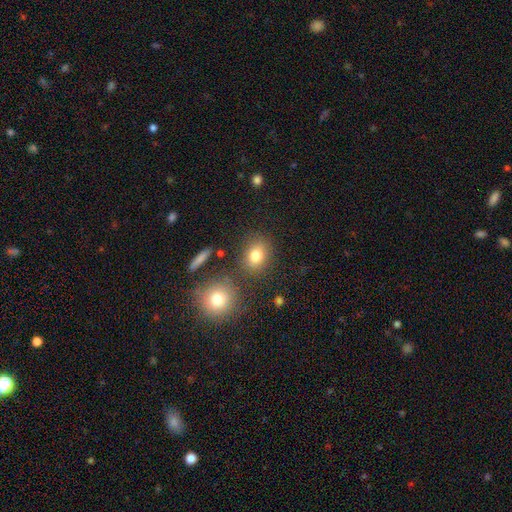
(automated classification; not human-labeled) Smooth or featured?
  - smooth: 79% *
  - star or artifact: 12%
  - featured or disk: 9%
How rounded?
  - in between: 51% *
  - round: 47%
  - cigar-shaped: 2%
Merging?
  - none: 76% *
  - minor disturbance: 12%
  - merger: 8%
  - major disturbance: 4%